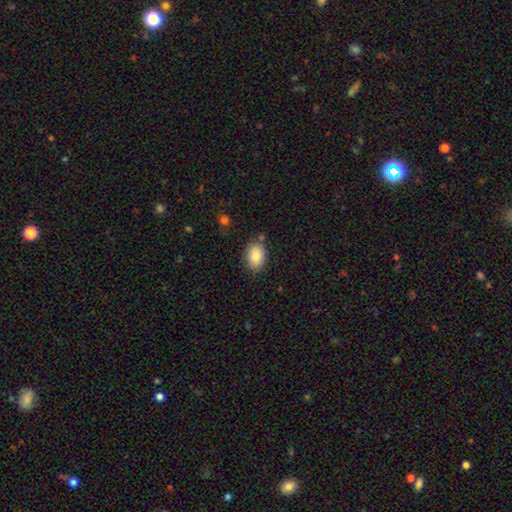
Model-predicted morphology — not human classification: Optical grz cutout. It shows a smooth galaxy with no disk features (87%) that is in between round and cigar-shaped (85%). Merging: none (81%).